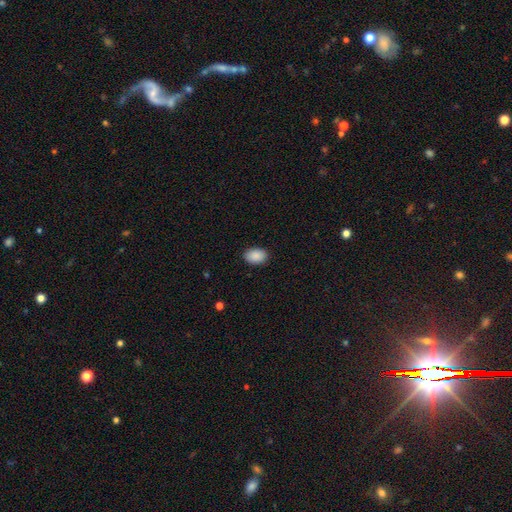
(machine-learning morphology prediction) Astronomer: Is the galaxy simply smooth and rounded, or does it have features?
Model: smooth — 90%.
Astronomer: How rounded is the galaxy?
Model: in between — 85%.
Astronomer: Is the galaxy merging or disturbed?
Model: none — 89%.